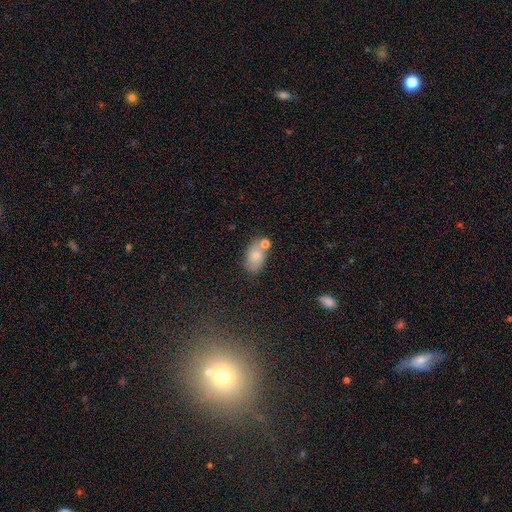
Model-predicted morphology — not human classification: smooth 73%, featured or disk 18%, star or artifact 9%. Down the decision tree: how rounded — in between (87%); merging — none (57%).